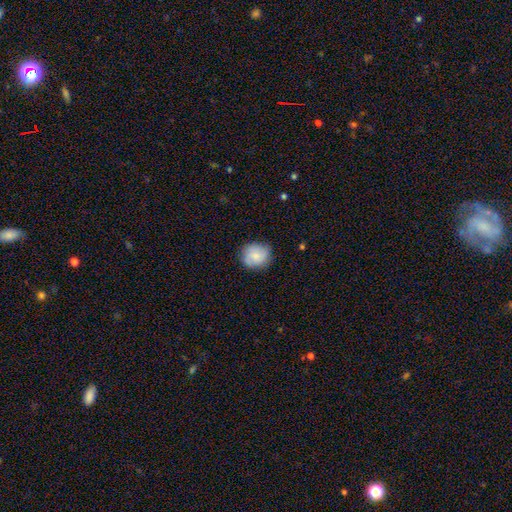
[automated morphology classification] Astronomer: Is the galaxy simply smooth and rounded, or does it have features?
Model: smooth — 80%.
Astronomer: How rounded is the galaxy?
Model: round — 82%.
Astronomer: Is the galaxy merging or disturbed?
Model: none — 81%.